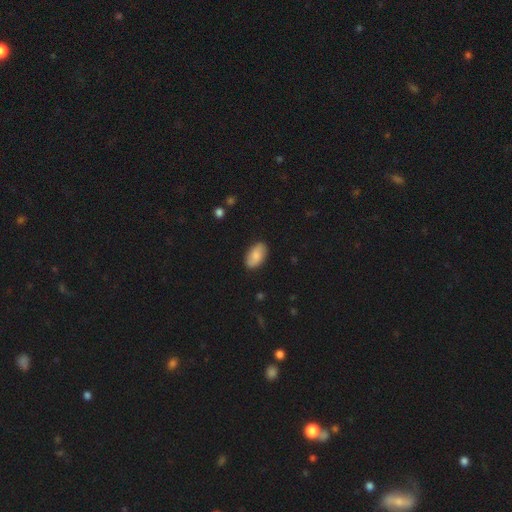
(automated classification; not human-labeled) This is likely a smooth galaxy (73%). How rounded: clearly in between (94%). Merging: clearly none (86%).